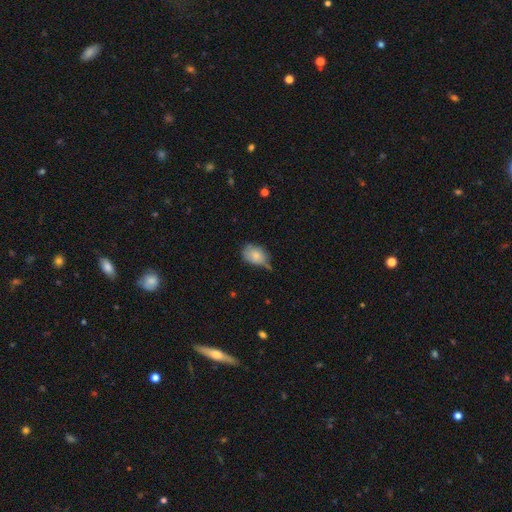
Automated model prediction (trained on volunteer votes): Overall: smooth (77%). How rounded: in between (75%). Merging: minor disturbance (42%; none 39%).